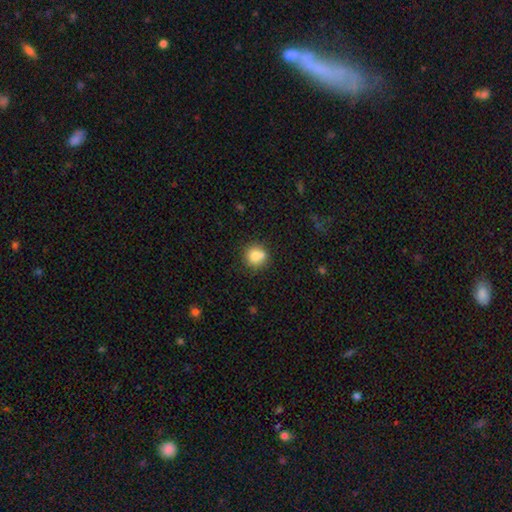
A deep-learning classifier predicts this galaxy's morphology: smooth 78%, featured or disk 12%, star or artifact 10%. Down the decision tree: how rounded — round (90%); merging — none (65%).